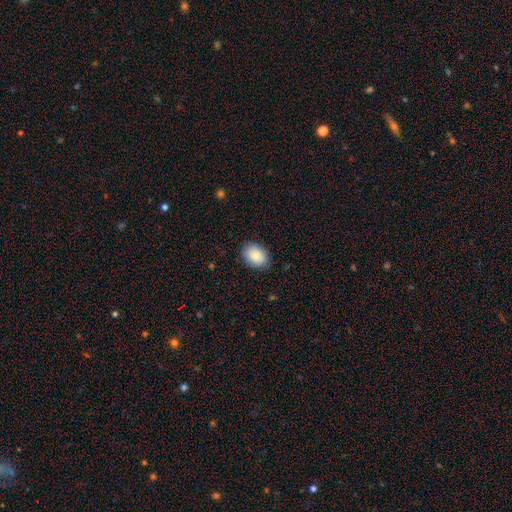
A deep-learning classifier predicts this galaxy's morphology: Q: Smooth or featured?
A: smooth (84%); runner-up: featured or disk (9%)
Q: How rounded?
A: in between (77%); runner-up: round (22%)
Q: Merging?
A: none (86%); runner-up: minor disturbance (11%)